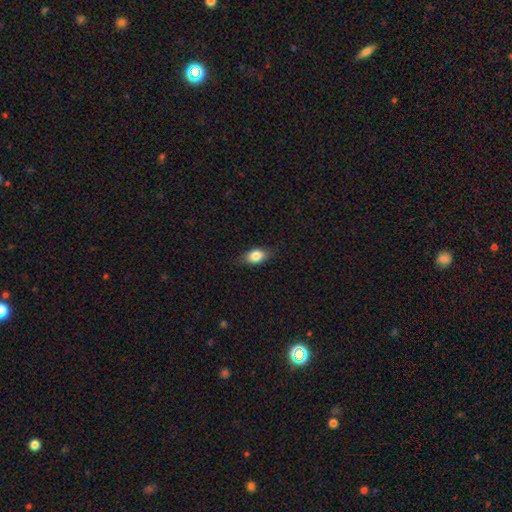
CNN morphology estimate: Smooth or featured? Predicted: smooth (p=0.80). How rounded? Predicted: in between (p=0.78). Merging? Predicted: none (p=0.78).